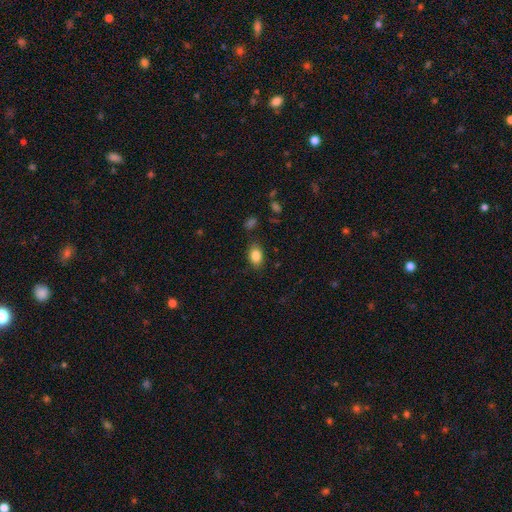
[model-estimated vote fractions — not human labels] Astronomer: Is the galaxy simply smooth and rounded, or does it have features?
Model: smooth — 85%.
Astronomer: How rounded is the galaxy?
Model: in between — 82%.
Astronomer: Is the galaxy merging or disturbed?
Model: none — 83%.